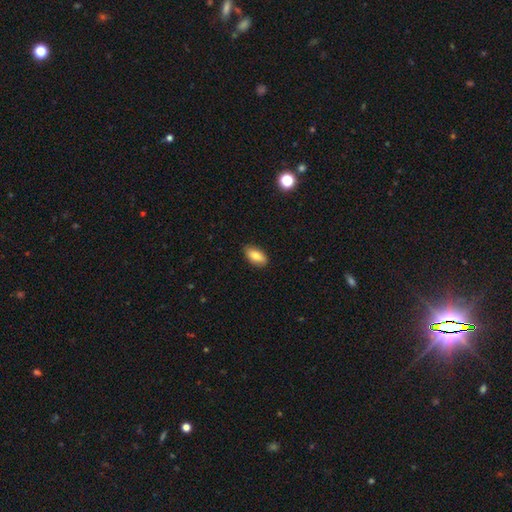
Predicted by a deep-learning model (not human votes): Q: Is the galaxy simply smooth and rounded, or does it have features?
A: smooth — 81%.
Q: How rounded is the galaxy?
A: in between — 91%.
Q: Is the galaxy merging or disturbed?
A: none — 86%.